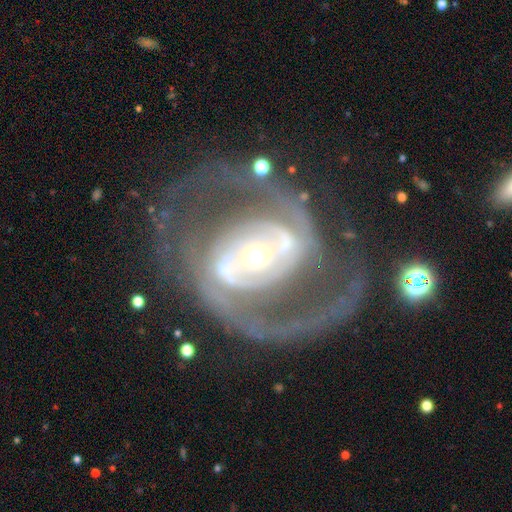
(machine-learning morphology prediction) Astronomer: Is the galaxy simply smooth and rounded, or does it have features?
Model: featured or disk — 88%.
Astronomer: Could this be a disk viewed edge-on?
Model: no — 97%.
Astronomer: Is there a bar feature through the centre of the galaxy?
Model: no — 42% (runner-up: weak, 30%).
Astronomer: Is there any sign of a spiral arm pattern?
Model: yes — 92%.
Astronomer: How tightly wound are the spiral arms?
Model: medium — 51% (runner-up: tight, 30%).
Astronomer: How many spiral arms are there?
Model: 2 — 82%.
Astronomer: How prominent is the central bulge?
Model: moderate — 48% (runner-up: small, 43%).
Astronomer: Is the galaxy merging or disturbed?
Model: none — 65%.